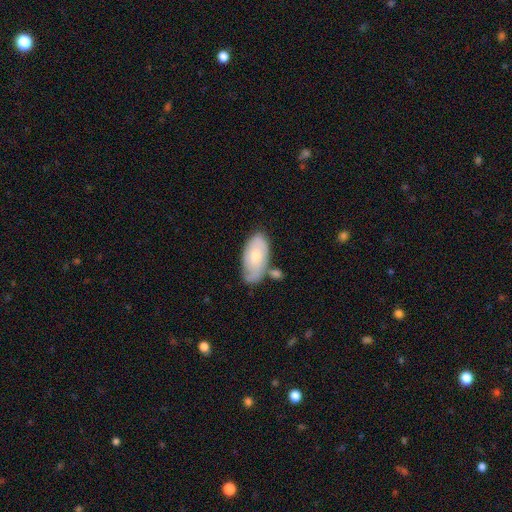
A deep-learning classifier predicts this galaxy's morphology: type=smooth (58%); roundness=in between (93%); merging=none (52%).